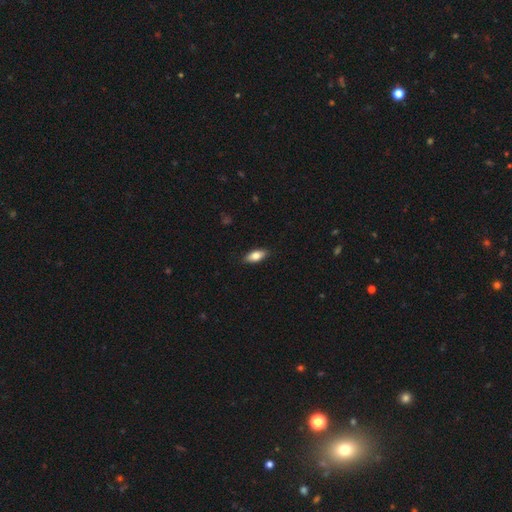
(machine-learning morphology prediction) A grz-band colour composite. It shows a smooth galaxy with no disk features (80%) that is in between round and cigar-shaped (86%). Merging: none (88%).